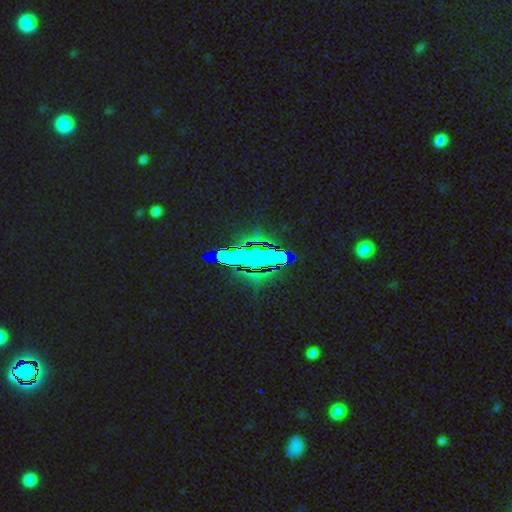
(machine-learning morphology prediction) star or artifact 72%, smooth 14%, featured or disk 14%.